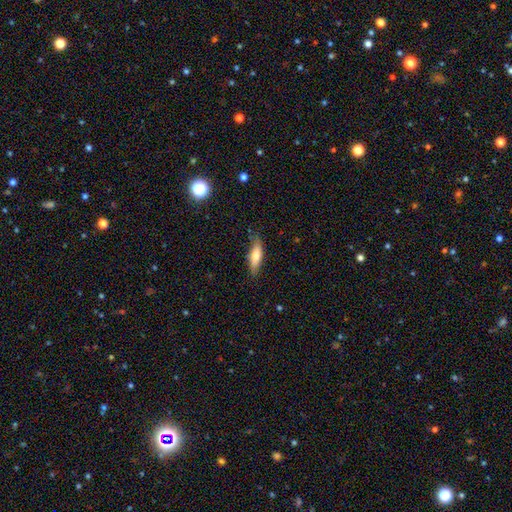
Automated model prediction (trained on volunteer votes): Morphology: type=smooth (69%); roundness=cigar-shaped (52%); merging=none (76%).